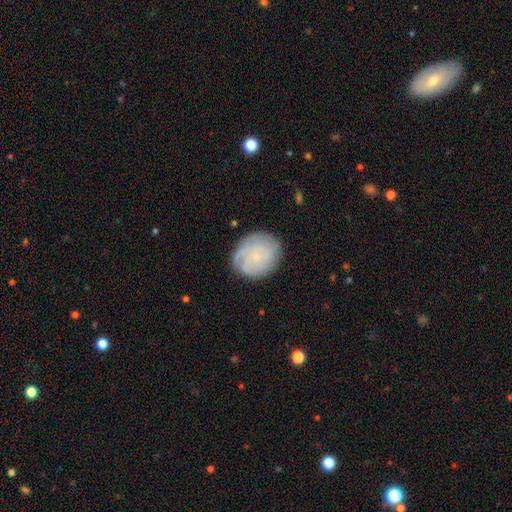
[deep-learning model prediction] featured or disk 55%, smooth 37%, star or artifact 8%. Down the decision tree: edge-on disk — no (97%); bar — no (80%); spiral arms — yes (89%); bulge size — small (73%); merging — none (79%).